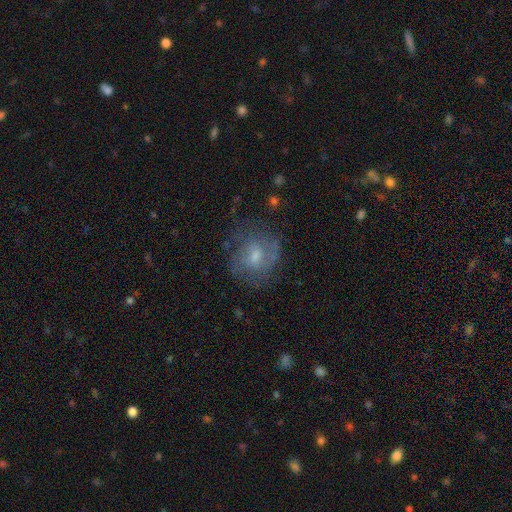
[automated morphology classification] Smooth or featured: featured or disk — 53% (smooth — 38%)
Edge-on disk: no — 97% (yes — 3%)
Bar: weak — 50% (no — 42%)
Spiral arms: yes — 70% (no — 30%)
Bulge size: moderate — 46% (small — 42%)
Merging: none — 62% (minor disturbance — 22%)